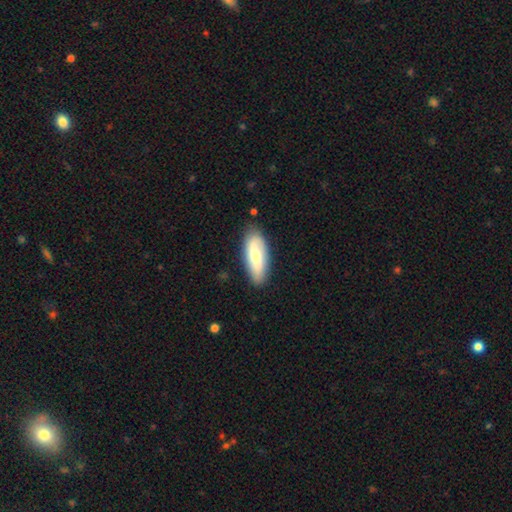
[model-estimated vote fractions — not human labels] smooth-or-featured: smooth: 54% | featured or disk: 40% | star or artifact: 6%
  how-rounded: in between: 72% | cigar-shaped: 26% | round: 2%
  merging: none: 81% | minor disturbance: 14% | major disturbance: 3% | merger: 2%